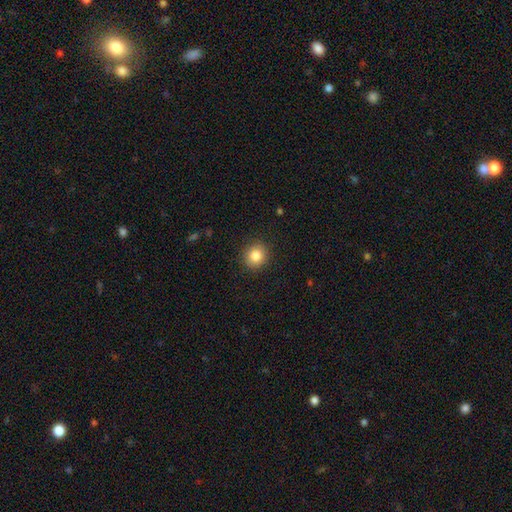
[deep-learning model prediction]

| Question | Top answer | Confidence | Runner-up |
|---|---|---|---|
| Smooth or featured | smooth | 84% | star or artifact (10%) |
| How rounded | round | 88% | in between (11%) |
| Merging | none | 90% | minor disturbance (7%) |